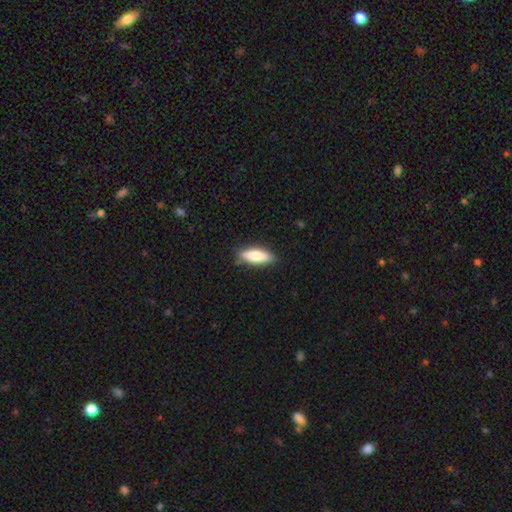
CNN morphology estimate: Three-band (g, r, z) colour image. It shows a smooth galaxy with no disk features (79%) that is in between round and cigar-shaped (57%). Merging: none (85%).